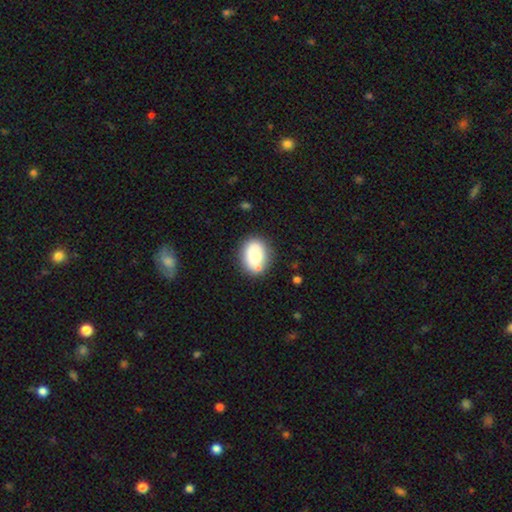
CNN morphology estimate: smooth_or_featured: smooth (p=0.74) [alt: featured or disk p=0.19]
how_rounded: in between (p=0.67) [alt: round p=0.32]
merging: none (p=0.71) [alt: minor disturbance p=0.17]